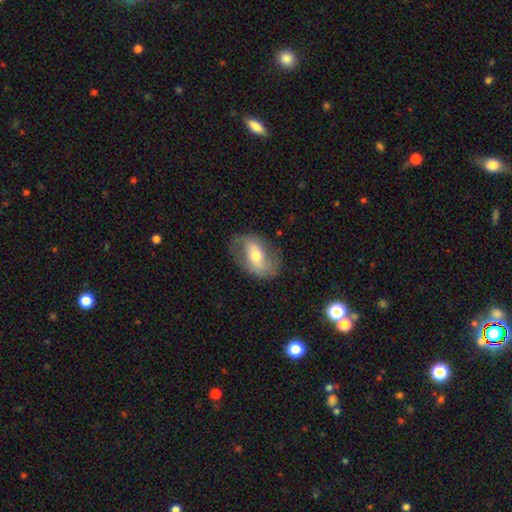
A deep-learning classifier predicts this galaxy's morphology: Smooth or featured? featured or disk (60%)
Edge-on disk? no (93%)
Bar? weak (36%)
Spiral arms? yes (70%)
Bulge size? moderate (67%)
Merging? none (72%)